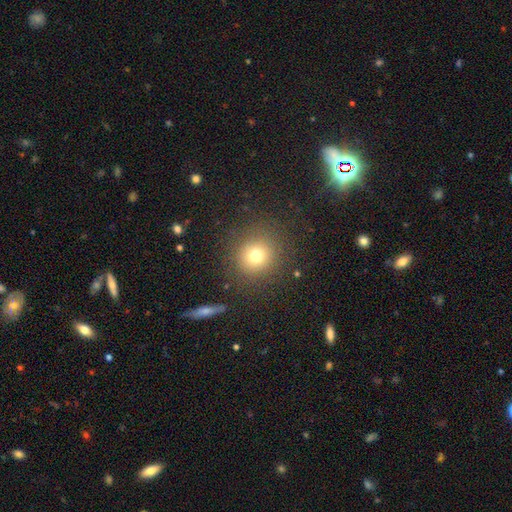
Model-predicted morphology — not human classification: Smooth or featured? Predicted: smooth (p=0.73). How rounded? Predicted: round (p=0.90). Merging? Predicted: none (p=0.86).